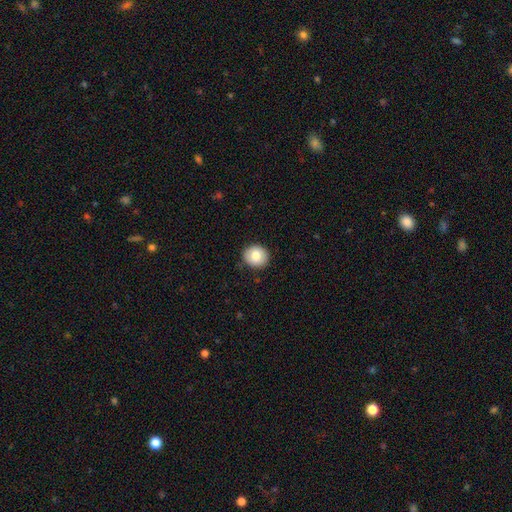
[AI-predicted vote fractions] A smooth galaxy with no disk features (79%) that is round (80%). Merging: none (88%).